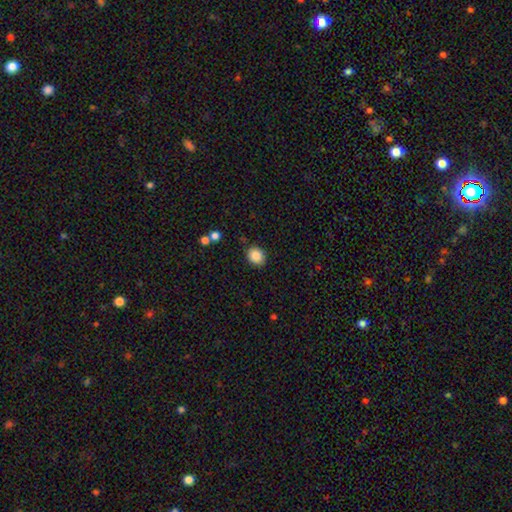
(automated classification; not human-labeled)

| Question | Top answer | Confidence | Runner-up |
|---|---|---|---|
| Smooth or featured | smooth | 86% | star or artifact (9%) |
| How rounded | round | 60% | in between (39%) |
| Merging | none | 86% | minor disturbance (9%) |